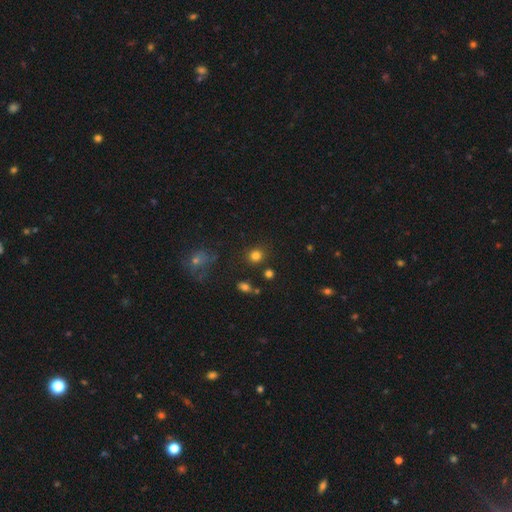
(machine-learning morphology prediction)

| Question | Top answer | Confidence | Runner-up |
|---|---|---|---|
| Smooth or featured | smooth | 80% | star or artifact (14%) |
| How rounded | round | 84% | in between (15%) |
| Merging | none | 84% | minor disturbance (9%) |